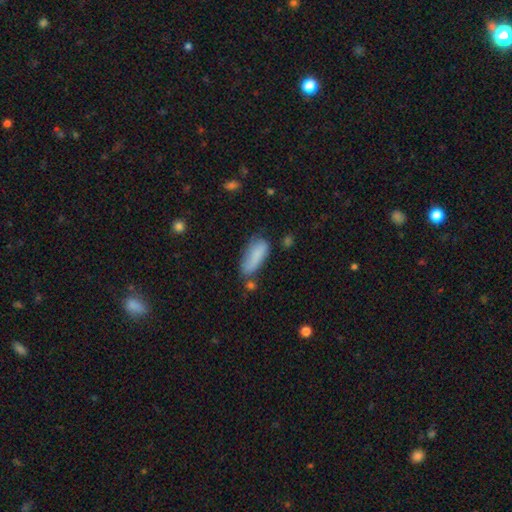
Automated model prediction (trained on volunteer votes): Smooth or featured?
  - smooth: 81% *
  - featured or disk: 12%
  - star or artifact: 7%
How rounded?
  - in between: 69% *
  - cigar-shaped: 29%
  - round: 2%
Merging?
  - none: 48% *
  - minor disturbance: 33%
  - major disturbance: 11%
  - merger: 8%